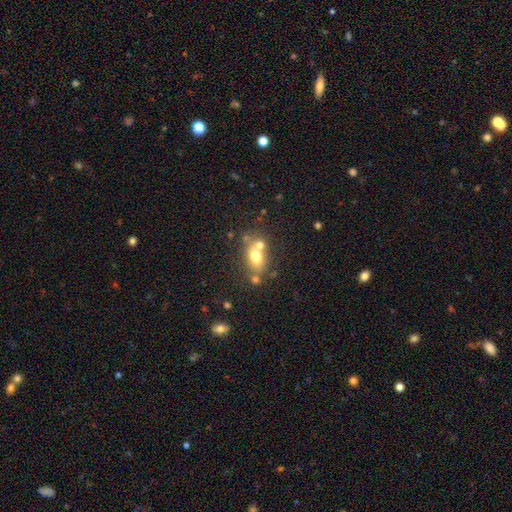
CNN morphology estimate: smooth 65%, featured or disk 23%, star or artifact 12%. Down the decision tree: how rounded — in between (69%); merging — none (47%).